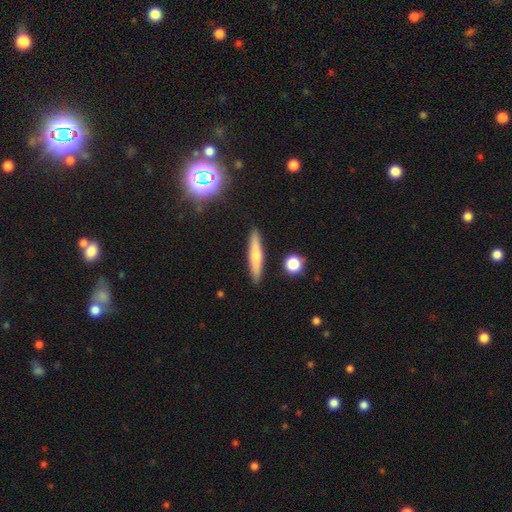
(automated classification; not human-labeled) Overall: smooth (60%; featured or disk 33%). How rounded: cigar-shaped (88%). Merging: none (89%).